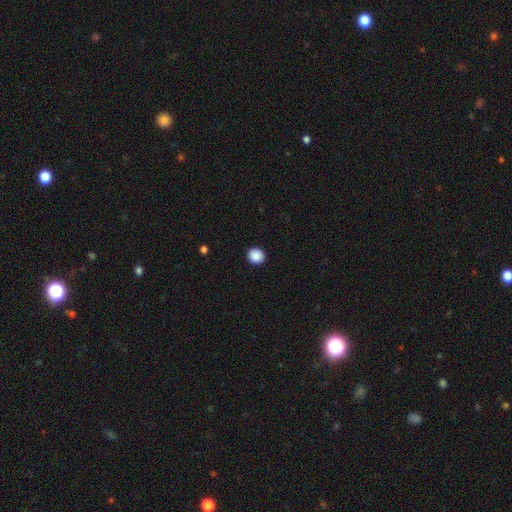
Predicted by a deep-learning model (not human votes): Q: Smooth or featured?
A: smooth (89%); runner-up: star or artifact (9%)
Q: How rounded?
A: round (86%); runner-up: in between (13%)
Q: Merging?
A: none (92%); runner-up: minor disturbance (5%)